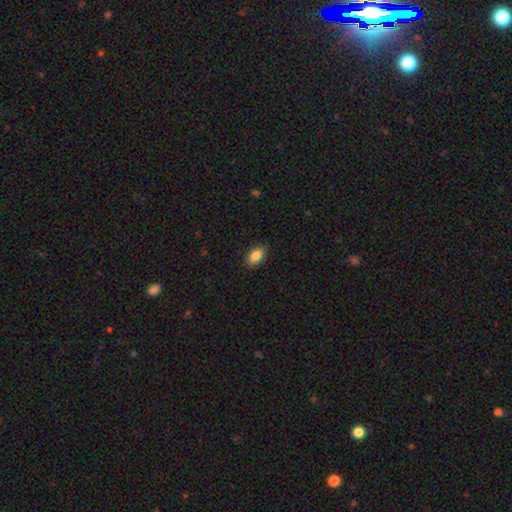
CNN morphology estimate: Smooth or featured? smooth (86%)
How rounded? in between (91%)
Merging? none (88%)